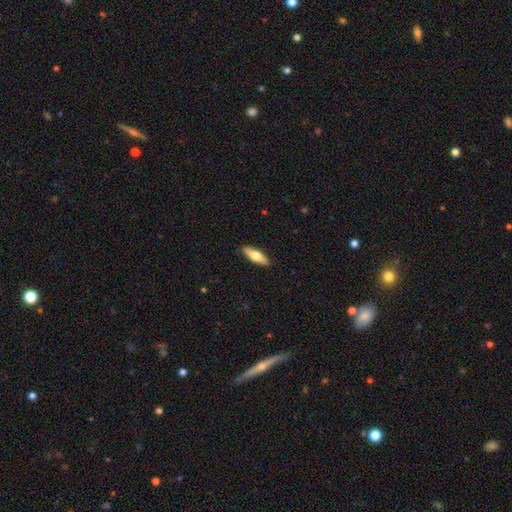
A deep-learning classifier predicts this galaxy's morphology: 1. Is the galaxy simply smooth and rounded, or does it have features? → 58% smooth, 36% featured or disk, 5% star or artifact.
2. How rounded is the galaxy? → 50% cigar-shaped, 48% in between, 2% round.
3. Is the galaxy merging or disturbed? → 90% none, 8% minor disturbance, 2% major disturbance, 1% merger.